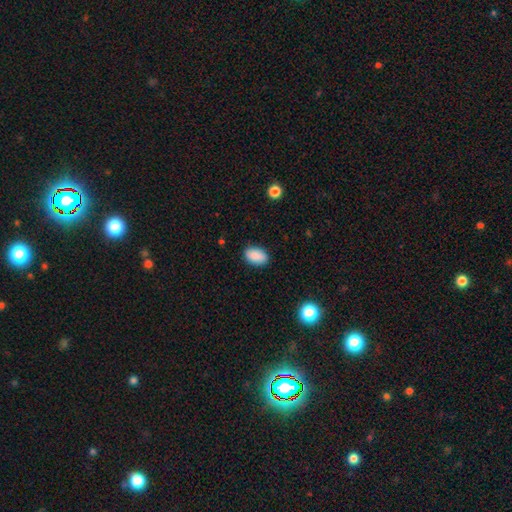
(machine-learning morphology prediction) Smooth or featured? Predicted: smooth (p=0.89). How rounded? Predicted: in between (p=0.91). Merging? Predicted: none (p=0.88).